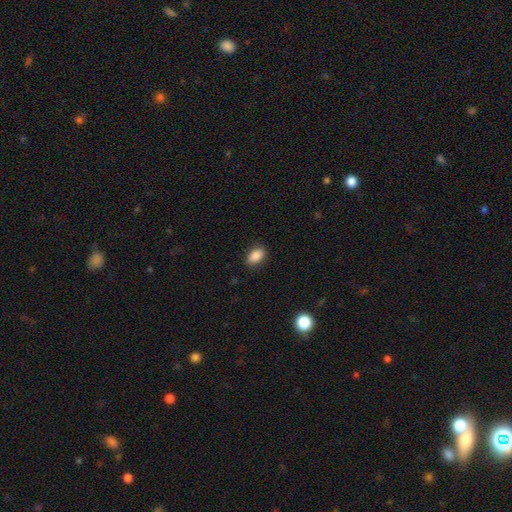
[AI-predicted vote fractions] Q: Smooth or featured?
A: smooth (87%); runner-up: star or artifact (8%)
Q: How rounded?
A: in between (86%); runner-up: round (12%)
Q: Merging?
A: none (87%); runner-up: minor disturbance (10%)